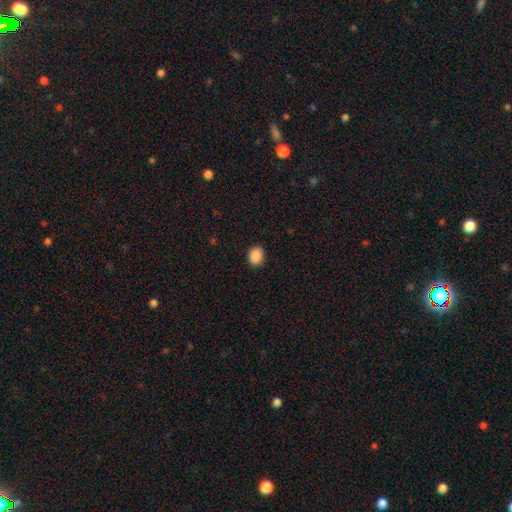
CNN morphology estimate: type=smooth (89%); roundness=in between (55%); merging=none (89%).